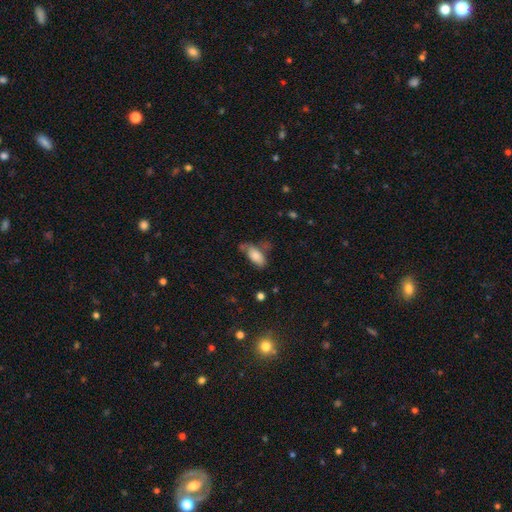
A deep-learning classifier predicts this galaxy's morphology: Smooth or featured: smooth — 78% (featured or disk — 15%)
How rounded: in between — 88% (cigar-shaped — 10%)
Merging: none — 41% (minor disturbance — 33%)